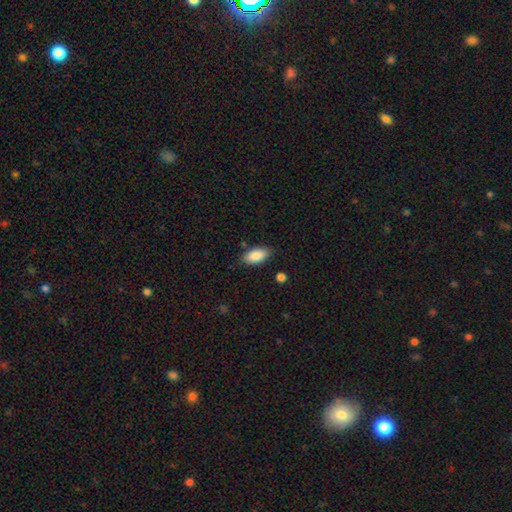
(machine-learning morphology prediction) Smooth or featured? Predicted: smooth (p=0.87). How rounded? Predicted: in between (p=0.92). Merging? Predicted: none (p=0.82).